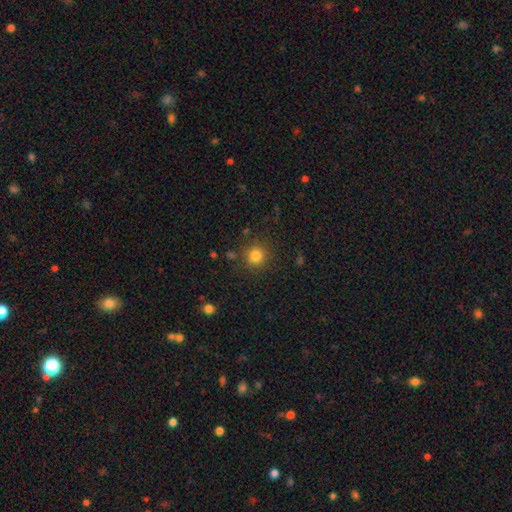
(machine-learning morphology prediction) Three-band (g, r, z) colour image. It shows a smooth galaxy with no disk features (82%) that is round (93%). Merging: none (86%).